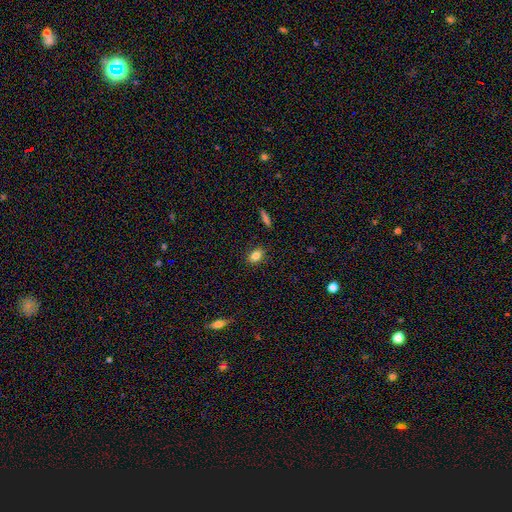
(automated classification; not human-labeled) Morphology: type=smooth (83%); roundness=in between (69%); merging=none (88%).